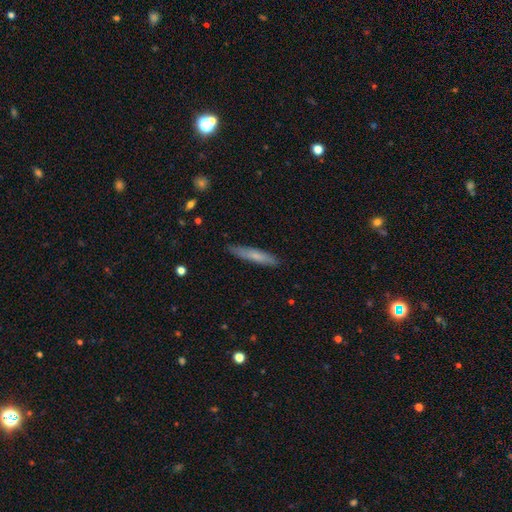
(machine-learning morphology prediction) This appears to be a smooth galaxy with no disk features (66%) that is cigar-shaped (91%). Merging: none (86%).